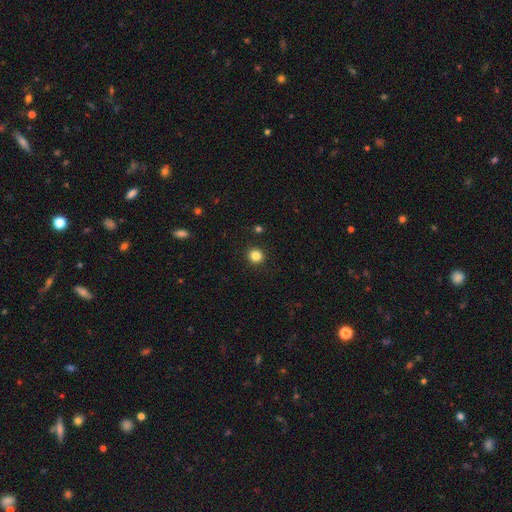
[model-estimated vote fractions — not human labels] Overall: smooth (84%). How rounded: round (92%). Merging: none (92%).